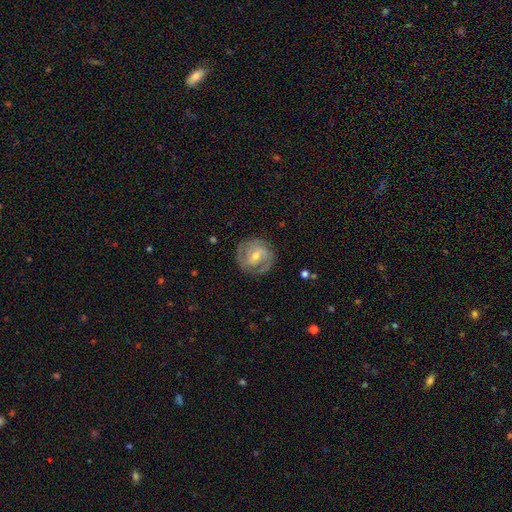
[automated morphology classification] Smooth or featured? Predicted: featured or disk (p=0.78). Edge-on disk? Predicted: no (p=0.97). Bar? Predicted: weak (p=0.48). Spiral arms? Predicted: yes (p=0.90). Spiral winding? Predicted: tight (p=0.51). Spiral arm count? Predicted: 2 (p=0.62). Bulge size? Predicted: moderate (p=0.59). Merging? Predicted: none (p=0.81).